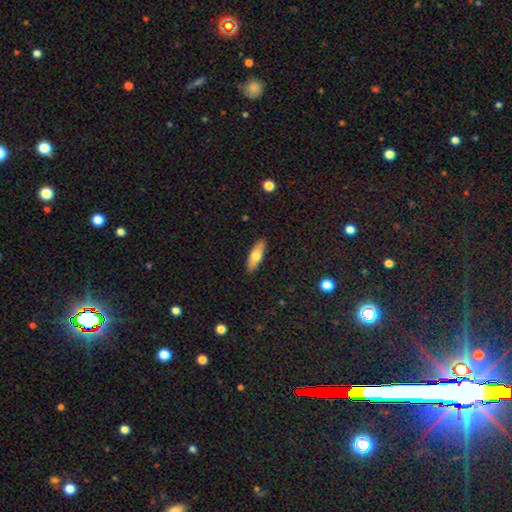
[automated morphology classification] Q: Smooth or featured?
A: smooth (70%); runner-up: featured or disk (24%)
Q: How rounded?
A: in between (54%); runner-up: cigar-shaped (43%)
Q: Merging?
A: none (90%); runner-up: minor disturbance (7%)